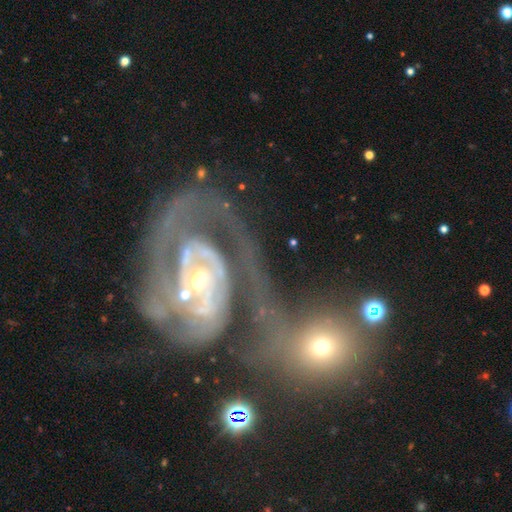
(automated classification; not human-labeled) The model was most divided on "merging": merger: 32%, none: 30%, major disturbance: 23%, minor disturbance: 15%. Remaining: edge-on disk — no (97%); spiral arms — yes (89%); smooth or featured — featured or disk (84%); bulge size — small (64%); bar — no (56%); spiral winding — tight (53%); spiral arm count — 2 (45%).